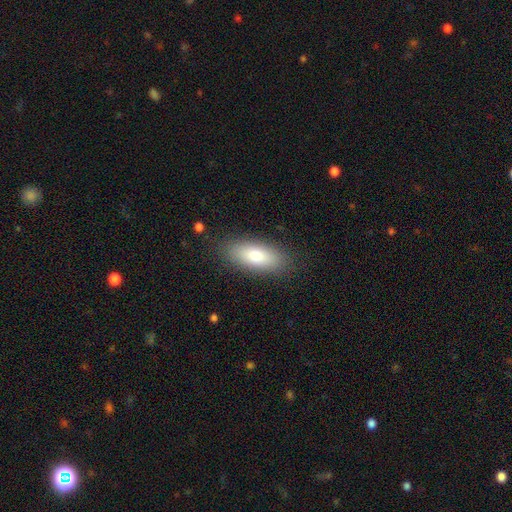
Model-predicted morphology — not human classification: Smooth or featured? smooth (79%)
How rounded? in between (78%)
Merging? none (87%)